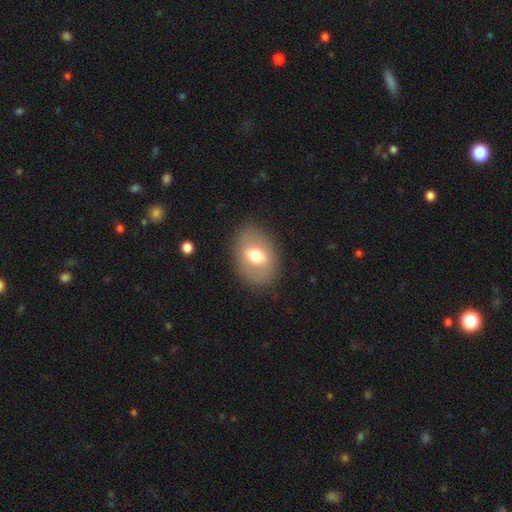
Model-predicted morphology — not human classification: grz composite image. It shows a smooth galaxy with no disk features (61%) that is in between round and cigar-shaped (75%). Merging: none (84%).